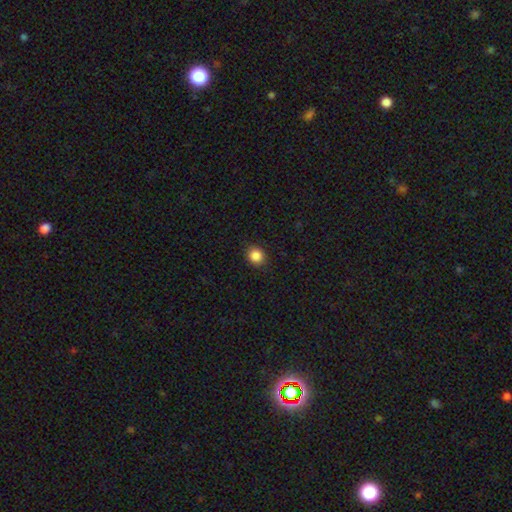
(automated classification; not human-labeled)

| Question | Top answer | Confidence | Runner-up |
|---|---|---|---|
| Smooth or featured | smooth | 86% | star or artifact (10%) |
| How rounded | round | 78% | in between (21%) |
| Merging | none | 90% | minor disturbance (7%) |